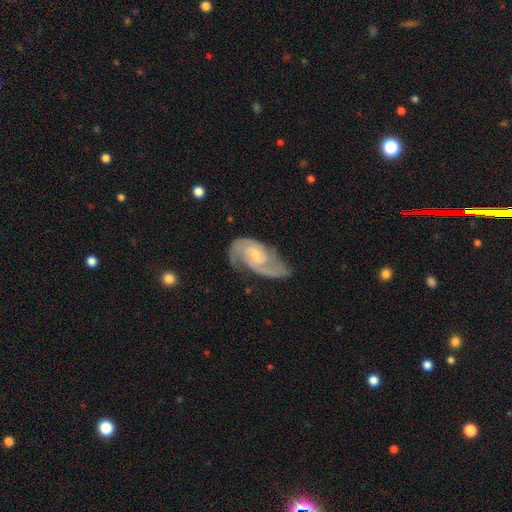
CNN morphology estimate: This appears to be a featured or disk galaxy (89%) with no bar (52%), 2 (83%) medium (49%) spiral arms (98%) and a small central bulge (62%). Merging: none (65%).